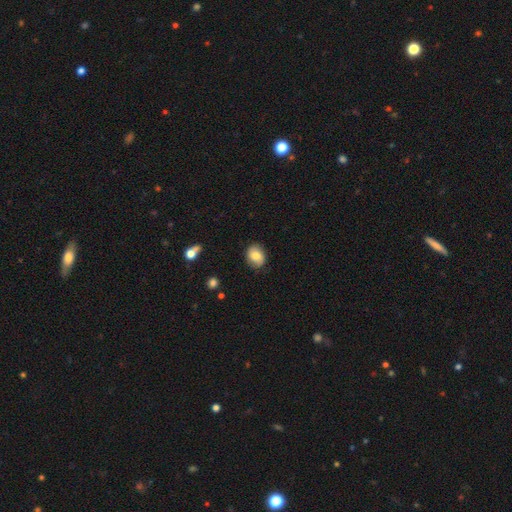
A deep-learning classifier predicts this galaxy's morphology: This is likely a smooth galaxy (74%). How rounded: possibly in between (53%). Merging: clearly none (82%).